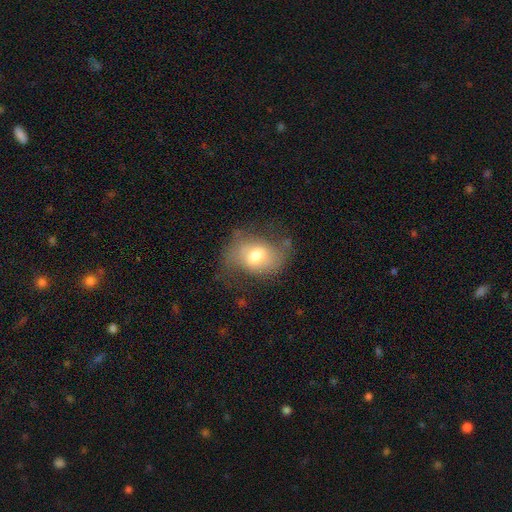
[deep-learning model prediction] Smooth or featured?
  - smooth: 57% *
  - featured or disk: 34%
  - star or artifact: 9%
How rounded?
  - in between: 65% *
  - round: 33%
  - cigar-shaped: 1%
Merging?
  - none: 45% *
  - minor disturbance: 28%
  - major disturbance: 24%
  - merger: 2%